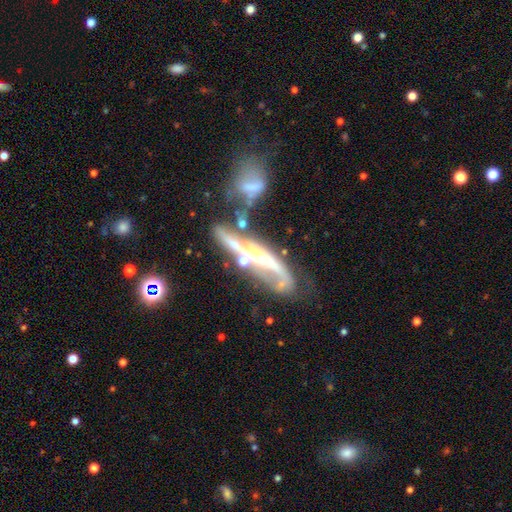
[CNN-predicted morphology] Overall: featured or disk (73%). Edge-on disk: no (70%). Bar: no (54%; weak 24%). Spiral arms: yes (64%; no 36%). Bulge size: small (44%; moderate 29%). Merging: merger (43%; none 22%).